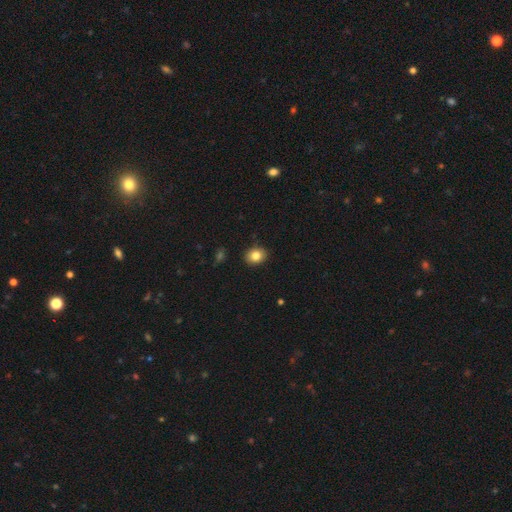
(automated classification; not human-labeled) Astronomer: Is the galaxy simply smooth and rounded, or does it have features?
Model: smooth — 83%.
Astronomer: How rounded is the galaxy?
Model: round — 52% (runner-up: in between, 47%).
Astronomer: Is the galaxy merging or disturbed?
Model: none — 89%.